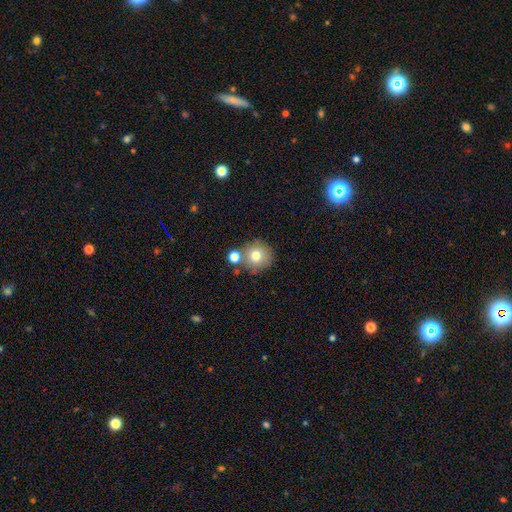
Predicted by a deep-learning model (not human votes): Smooth or featured? Predicted: smooth (p=0.75). How rounded? Predicted: round (p=0.91). Merging? Predicted: none (p=0.67).